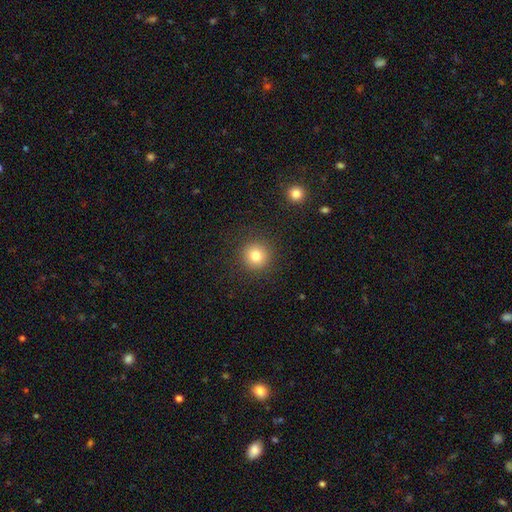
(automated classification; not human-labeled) Smooth or featured? Predicted: smooth (p=0.80). How rounded? Predicted: round (p=0.94). Merging? Predicted: none (p=0.90).